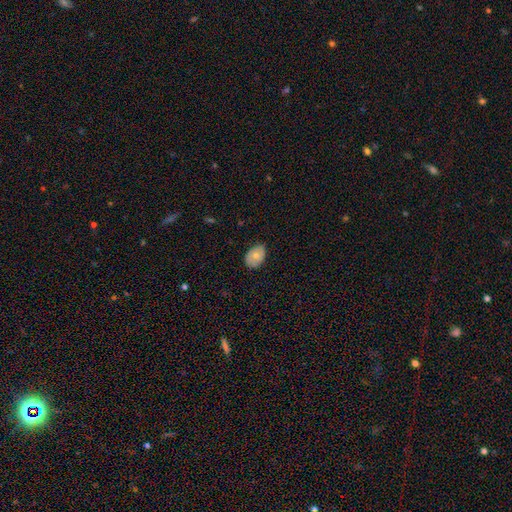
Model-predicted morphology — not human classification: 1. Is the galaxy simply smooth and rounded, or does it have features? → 68% smooth, 25% featured or disk, 7% star or artifact.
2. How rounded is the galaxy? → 79% in between, 20% round, 1% cigar-shaped.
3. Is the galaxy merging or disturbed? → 74% none, 22% minor disturbance, 3% major disturbance, 1% merger.